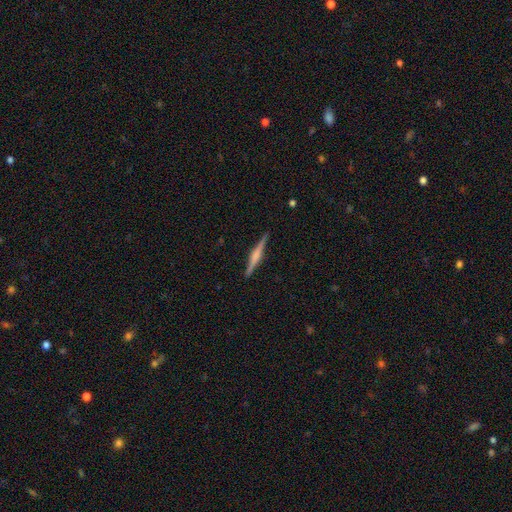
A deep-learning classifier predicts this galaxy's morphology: featured or disk 72%, smooth 22%, star or artifact 6%. Down the decision tree: edge-on disk — yes (98%); edge-on bulge — rounded (59%); merging — none (91%).